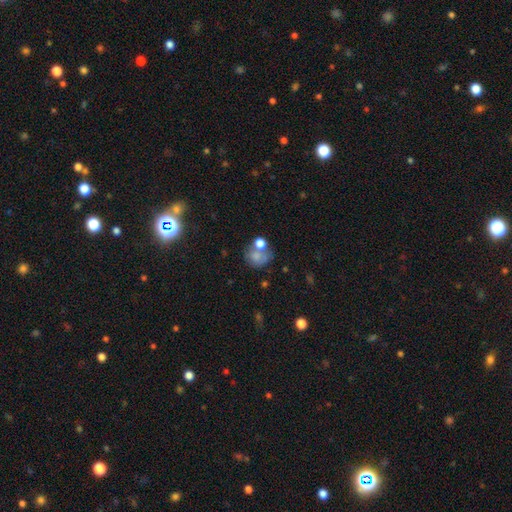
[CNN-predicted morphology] smooth_or_featured: smooth (p=0.60) [alt: star or artifact p=0.21]
how_rounded: round (p=0.68) [alt: in between p=0.30]
merging: none (p=0.45) [alt: merger p=0.25]